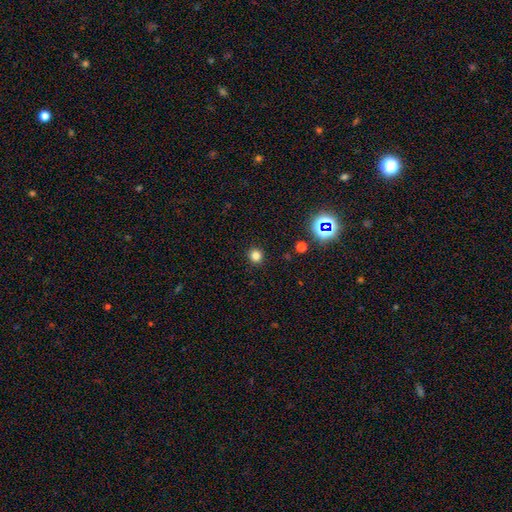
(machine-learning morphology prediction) Smooth or featured?
  - smooth: 80% *
  - star or artifact: 16%
  - featured or disk: 4%
How rounded?
  - round: 91% *
  - in between: 8%
  - cigar-shaped: 1%
Merging?
  - none: 92% *
  - minor disturbance: 5%
  - major disturbance: 2%
  - merger: 1%